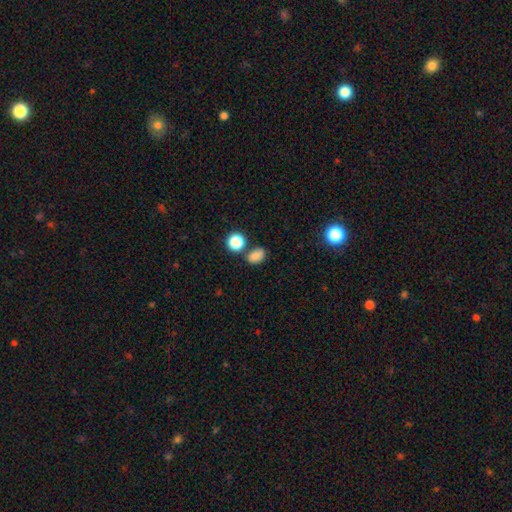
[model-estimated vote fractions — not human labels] A smooth galaxy with no disk features (82%) that is in between round and cigar-shaped (75%). Merging: none (69%).